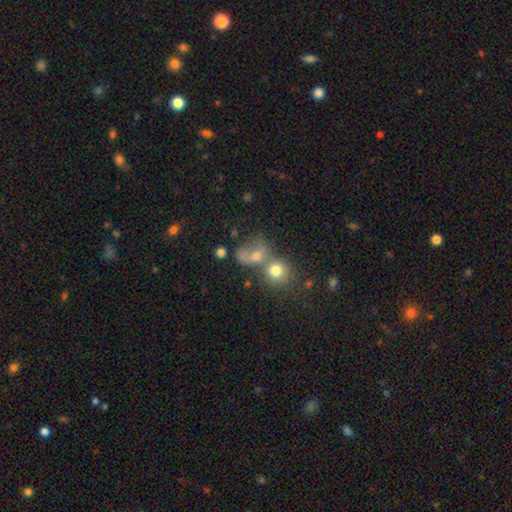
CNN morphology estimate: The model was most divided on "how rounded": round: 62%, in between: 36%, cigar-shaped: 2%. More confident: smooth or featured — smooth (62%); merging — merger (55%).